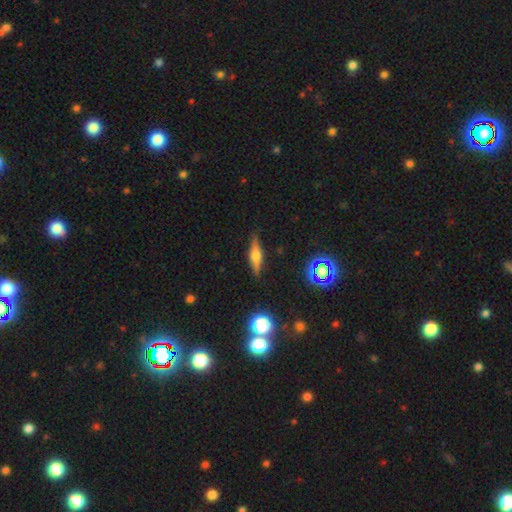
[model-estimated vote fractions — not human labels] A featured or disk galaxy (57%) viewed edge-on (94%) with a rounded central bulge (84%). Merging: none (86%).